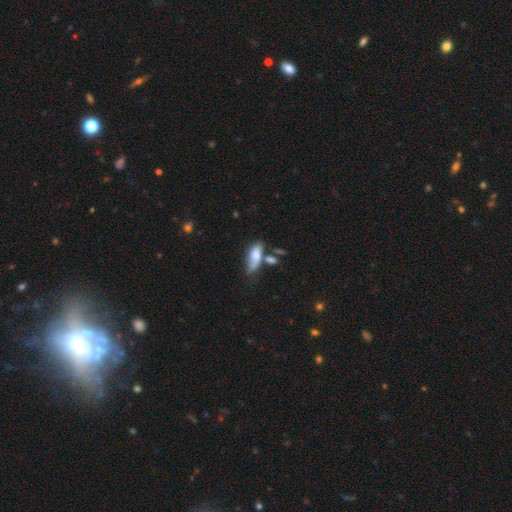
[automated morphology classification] Q: Smooth or featured?
A: smooth (70%); runner-up: featured or disk (22%)
Q: How rounded?
A: in between (73%); runner-up: cigar-shaped (24%)
Q: Merging?
A: none (37%); runner-up: merger (28%)